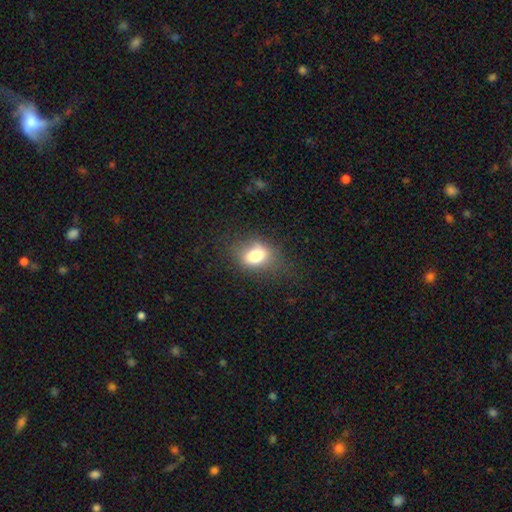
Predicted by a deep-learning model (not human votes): smooth_or_featured: smooth (p=0.74) [alt: featured or disk p=0.14]
how_rounded: in between (p=0.70) [alt: round p=0.28]
merging: none (p=0.70) [alt: minor disturbance p=0.19]